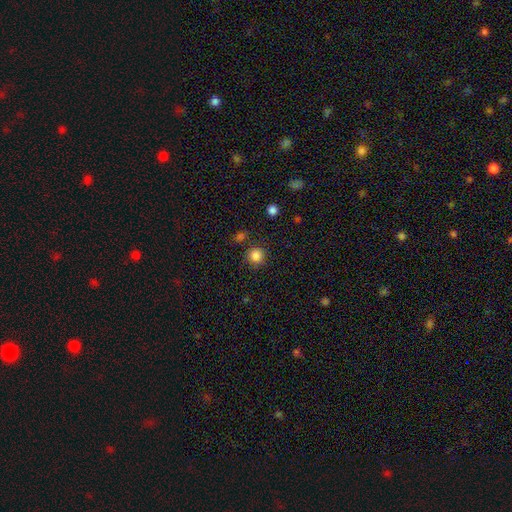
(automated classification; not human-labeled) Smooth or featured?
  - smooth: 84% *
  - star or artifact: 12%
  - featured or disk: 4%
How rounded?
  - round: 93% *
  - in between: 6%
  - cigar-shaped: 1%
Merging?
  - none: 83% *
  - minor disturbance: 9%
  - merger: 5%
  - major disturbance: 3%